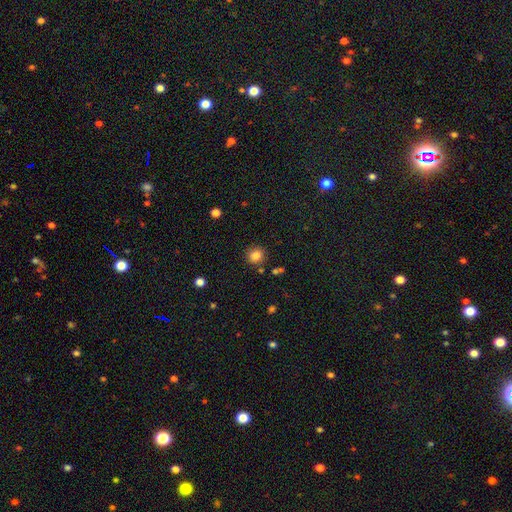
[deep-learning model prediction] Morphology: type=smooth (83%); roundness=round (87%); merging=none (86%).